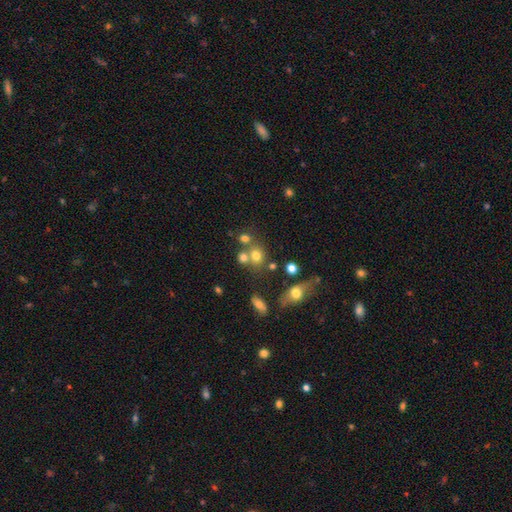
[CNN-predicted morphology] This is likely a smooth galaxy (69%). How rounded: likely round (74%). Merging: possibly none (51%).